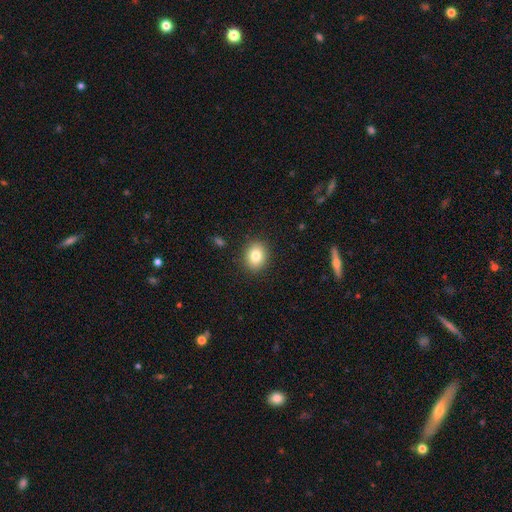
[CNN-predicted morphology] A smooth galaxy with no disk features (82%) that is round (50%).

Vote fractions:
- Smooth or featured? smooth: 82% / star or artifact: 9% / featured or disk: 9%
- How rounded? round: 50% / in between: 49% / cigar-shaped: 1%
- Merging? none: 89% / minor disturbance: 7% / major disturbance: 2% / merger: 1%